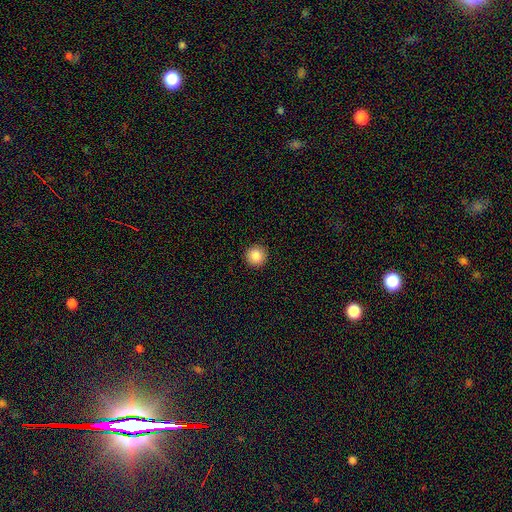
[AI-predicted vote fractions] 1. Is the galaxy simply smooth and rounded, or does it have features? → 86% smooth, 9% star or artifact, 5% featured or disk.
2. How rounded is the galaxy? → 96% round, 4% in between, 1% cigar-shaped.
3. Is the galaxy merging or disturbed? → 93% none, 5% minor disturbance, 2% major disturbance, 1% merger.